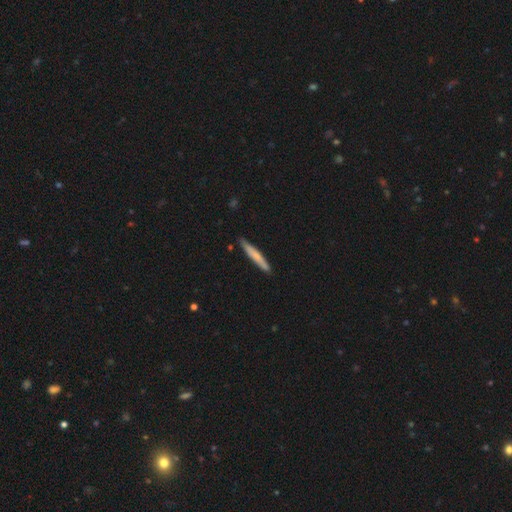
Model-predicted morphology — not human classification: A smooth galaxy with no disk features (64%) that is cigar-shaped (95%). Merging: none (85%).